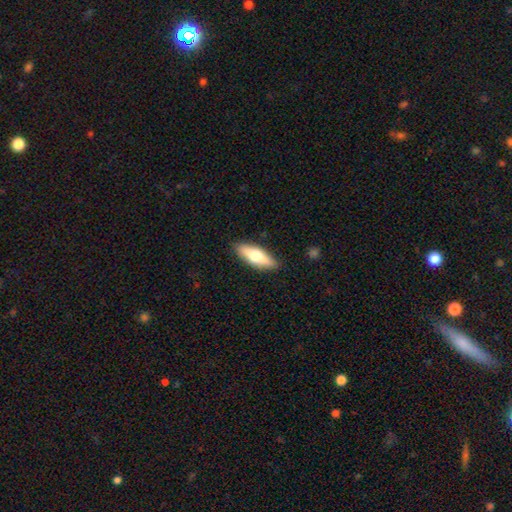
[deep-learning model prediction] Q: Smooth or featured?
A: smooth (60%); runner-up: featured or disk (34%)
Q: How rounded?
A: in between (57%); runner-up: cigar-shaped (40%)
Q: Merging?
A: none (87%); runner-up: minor disturbance (9%)